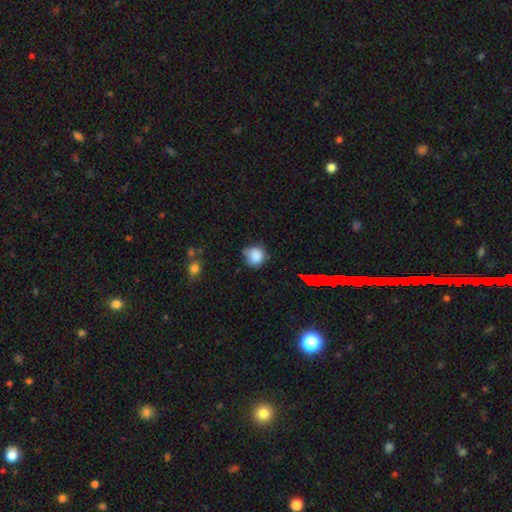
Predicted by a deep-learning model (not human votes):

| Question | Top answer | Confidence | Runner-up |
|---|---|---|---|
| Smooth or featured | smooth | 83% | star or artifact (10%) |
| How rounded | round | 88% | in between (11%) |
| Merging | none | 60% | minor disturbance (29%) |